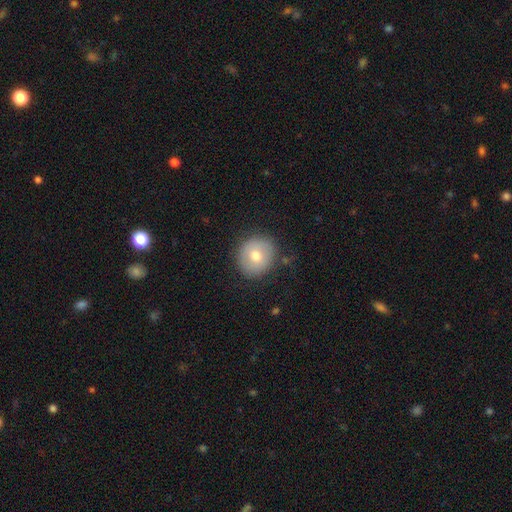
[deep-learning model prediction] smooth 68%, featured or disk 23%, star or artifact 9%. Down the decision tree: how rounded — round (82%); merging — none (84%).